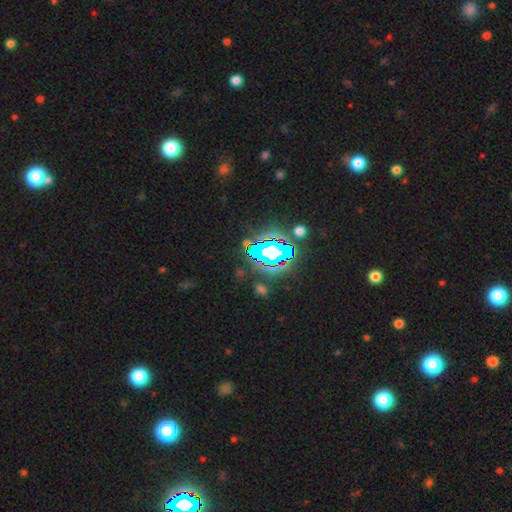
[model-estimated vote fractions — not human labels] This is clearly a star or artifact rather than a galaxy (82%).